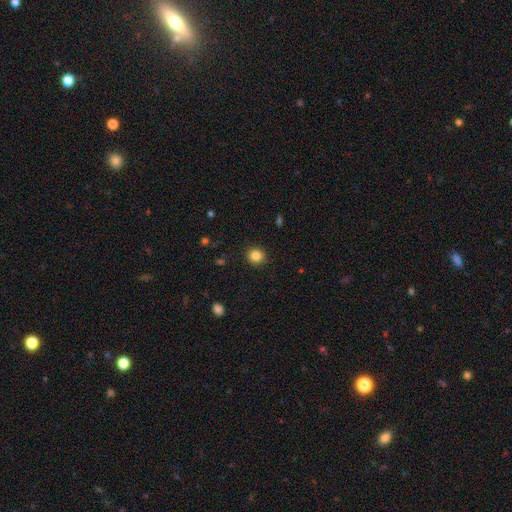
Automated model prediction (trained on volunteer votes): Smooth or featured? Predicted: smooth (p=0.84). How rounded? Predicted: round (p=0.87). Merging? Predicted: none (p=0.92).